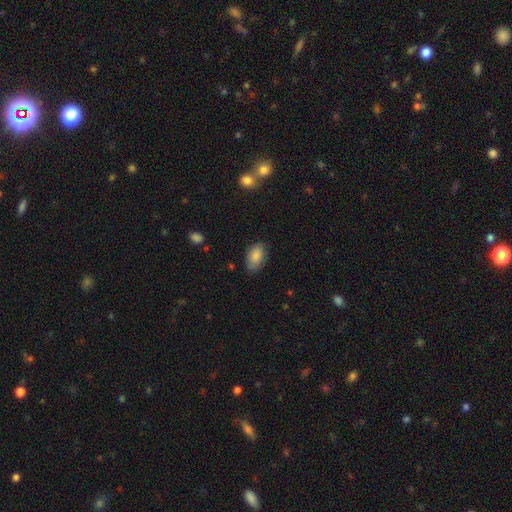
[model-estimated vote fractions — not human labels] smooth 87%, star or artifact 7%, featured or disk 6%. Down the decision tree: how rounded — in between (93%); merging — none (79%).